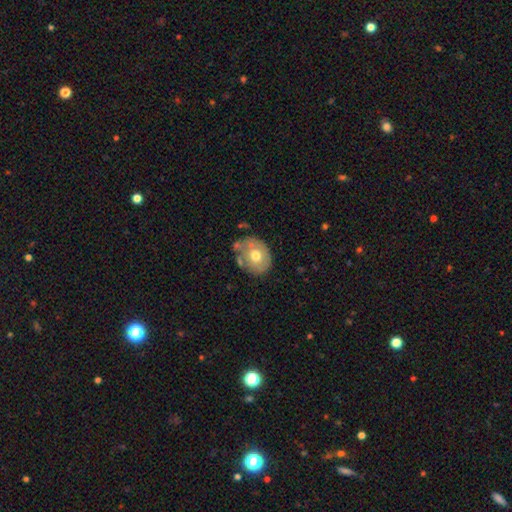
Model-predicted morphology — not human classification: type=smooth (59%); roundness=round (57%); merging=none (56%).